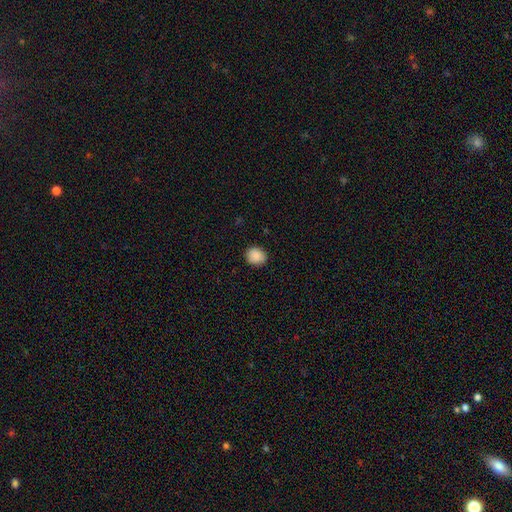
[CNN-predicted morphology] This appears to be a smooth galaxy with no disk features (88%) that is round (77%). Merging: none (87%).